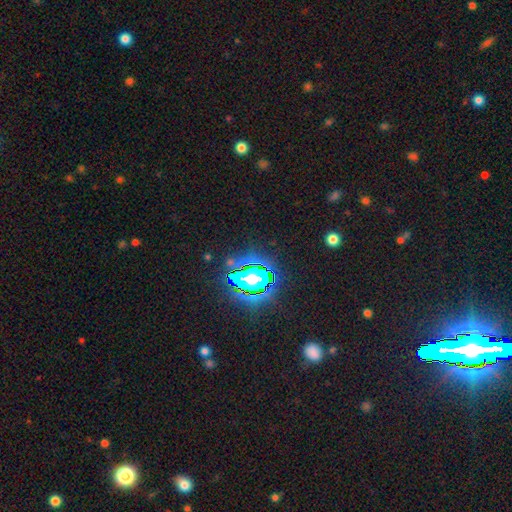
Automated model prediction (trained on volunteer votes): Smooth or featured?
  - star or artifact: 84% *
  - smooth: 10%
  - featured or disk: 7%